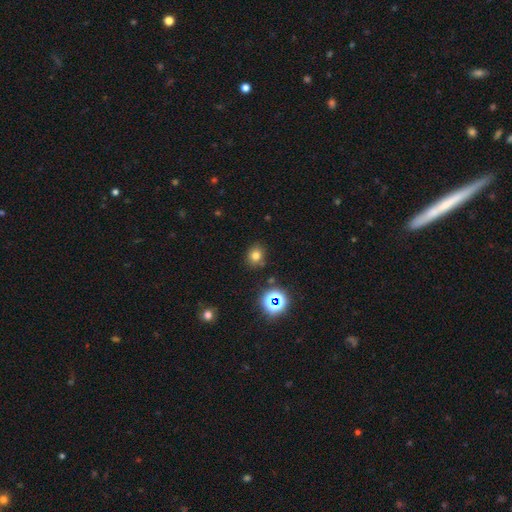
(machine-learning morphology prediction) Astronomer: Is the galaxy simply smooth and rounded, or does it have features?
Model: smooth — 73%.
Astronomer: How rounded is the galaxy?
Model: round — 72%.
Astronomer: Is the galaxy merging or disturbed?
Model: none — 84%.